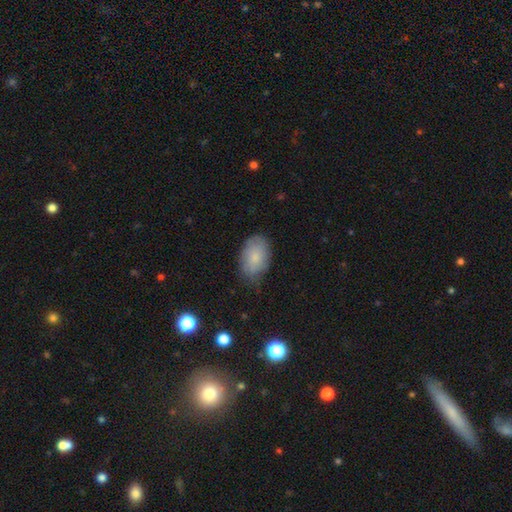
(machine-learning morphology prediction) Smooth or featured? smooth (82%)
How rounded? in between (91%)
Merging? none (68%)